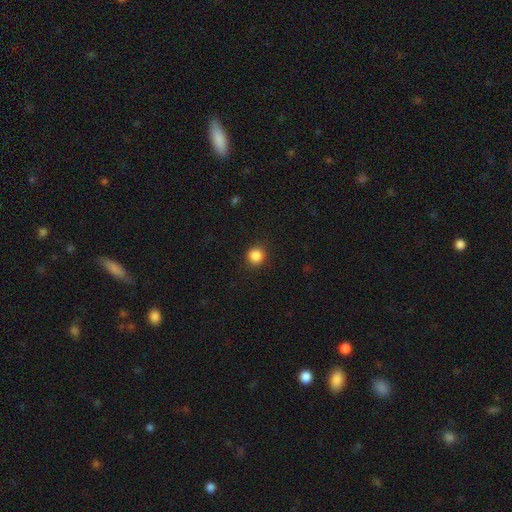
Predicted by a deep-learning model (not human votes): smooth 87%, star or artifact 10%, featured or disk 3%. Down the decision tree: how rounded — round (92%); merging — none (89%).